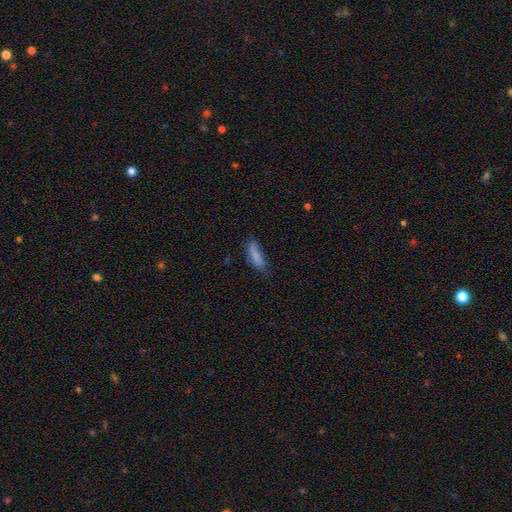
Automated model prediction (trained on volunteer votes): Q: Smooth or featured?
A: smooth (79%); runner-up: featured or disk (13%)
Q: How rounded?
A: in between (49%); tied with: cigar-shaped (49%)
Q: Merging?
A: none (58%); runner-up: minor disturbance (29%)